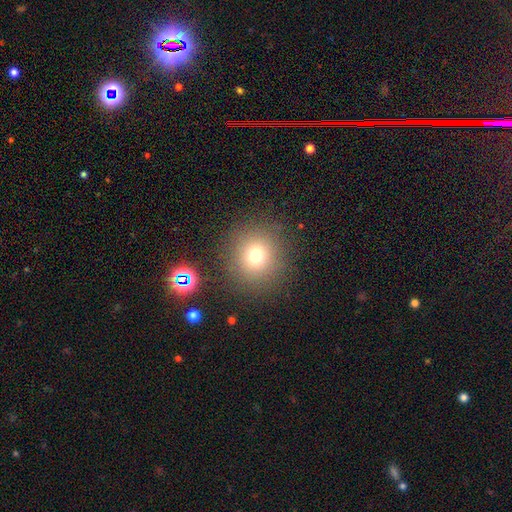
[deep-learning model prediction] A smooth galaxy with no disk features (72%) that is round (92%).

Vote fractions:
- Smooth or featured? smooth: 72% / star or artifact: 18% / featured or disk: 10%
- How rounded? round: 92% / in between: 7% / cigar-shaped: 1%
- Merging? none: 86% / minor disturbance: 7% / major disturbance: 4% / merger: 2%